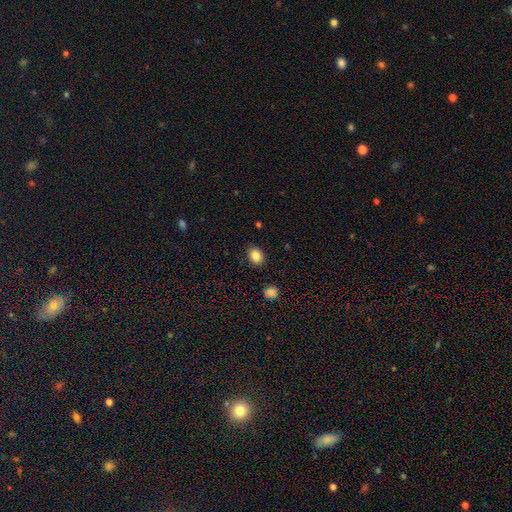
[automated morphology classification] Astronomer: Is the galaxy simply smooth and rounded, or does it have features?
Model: smooth — 86%.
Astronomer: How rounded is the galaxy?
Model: in between — 54% (runner-up: round, 45%).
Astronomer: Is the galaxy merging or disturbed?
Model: none — 88%.